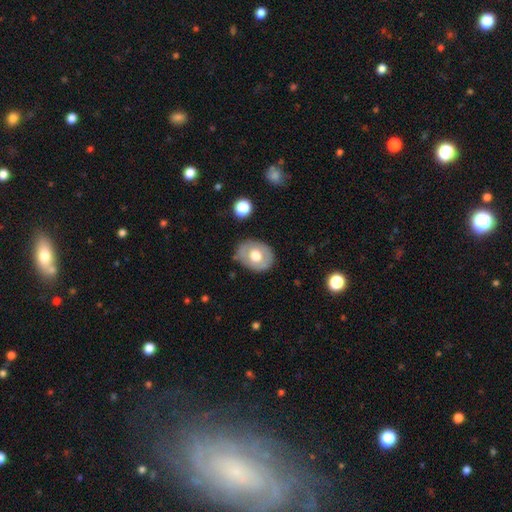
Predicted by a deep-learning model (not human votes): Overall: smooth (59%; featured or disk 35%). How rounded: in between (58%; round 41%). Merging: none (80%).